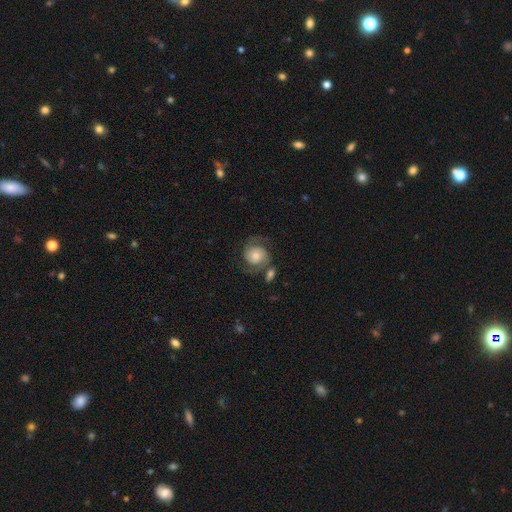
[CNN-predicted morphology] This is likely a featured or disk galaxy (67%). It is clearly not viewed edge-on (98%). Bar: likely no (75%). Spiral arm pattern: clearly yes (91%). Spiral arm count: clearly 2 (89%). Spiral winding: possibly medium (46%). Central bulge: marginally small (45%). Merging: possibly none (59%).